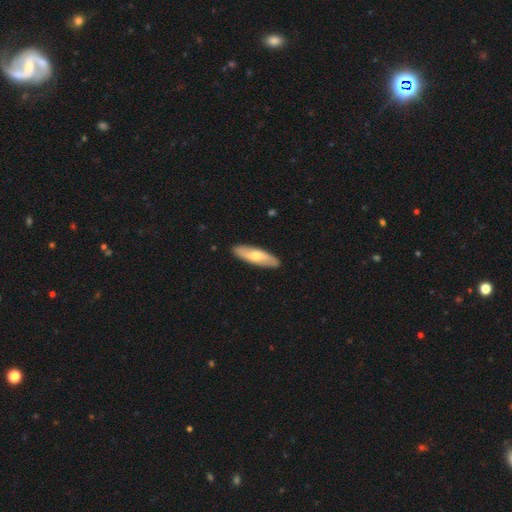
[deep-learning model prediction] Q: Smooth or featured?
A: smooth (53%); runner-up: featured or disk (43%)
Q: How rounded?
A: cigar-shaped (50%); runner-up: in between (48%)
Q: Merging?
A: none (90%); runner-up: minor disturbance (8%)